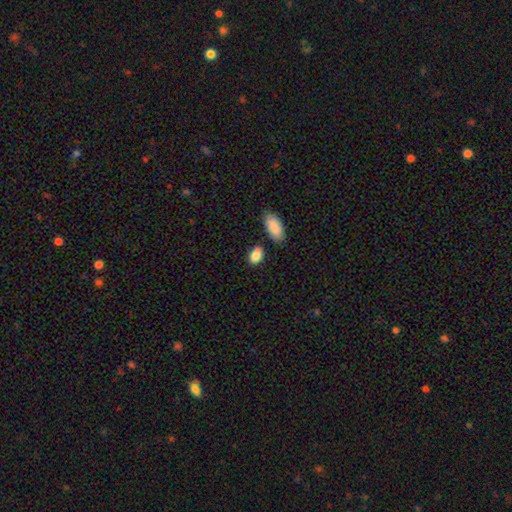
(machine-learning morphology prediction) This appears to be a smooth galaxy with no disk features (88%) that is in between round and cigar-shaped (87%). Merging: none (76%).